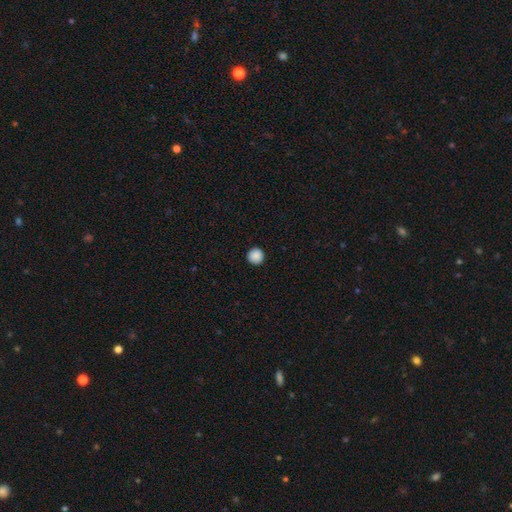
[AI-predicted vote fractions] smooth_or_featured: smooth (p=0.89) [alt: star or artifact p=0.09]
how_rounded: round (p=0.96) [alt: in between p=0.03]
merging: none (p=0.92) [alt: minor disturbance p=0.05]